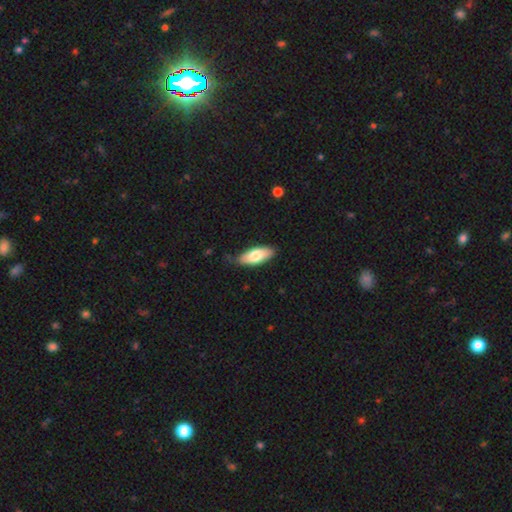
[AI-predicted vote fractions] A smooth galaxy with no disk features (76%) that is in between round and cigar-shaped (80%).

Vote fractions:
- Smooth or featured? smooth: 76% / featured or disk: 19% / star or artifact: 6%
- How rounded? in between: 80% / cigar-shaped: 18% / round: 2%
- Merging? none: 78% / minor disturbance: 18% / major disturbance: 3% / merger: 1%